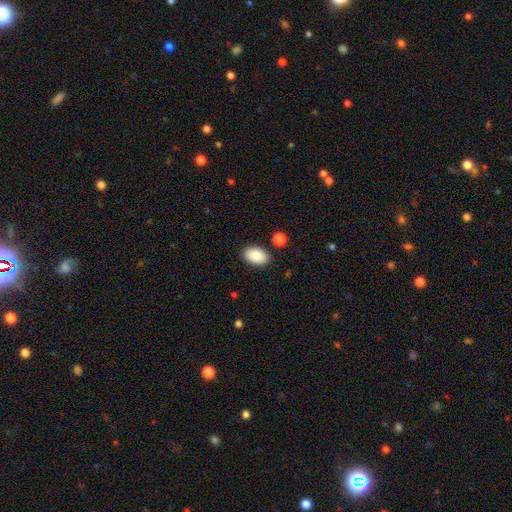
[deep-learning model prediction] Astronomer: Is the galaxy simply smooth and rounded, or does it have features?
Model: smooth — 88%.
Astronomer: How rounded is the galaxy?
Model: in between — 90%.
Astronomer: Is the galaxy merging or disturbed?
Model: none — 86%.